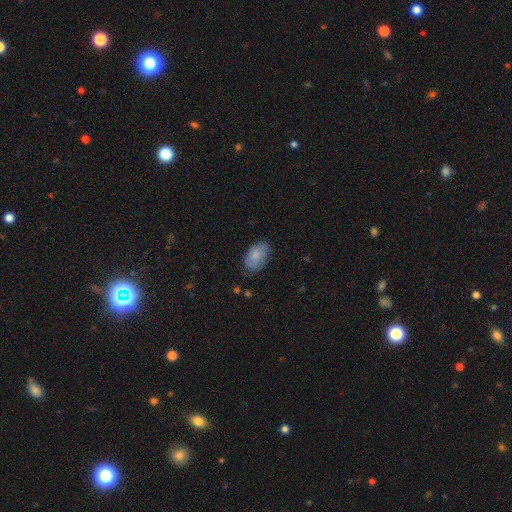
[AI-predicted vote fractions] Overall: smooth (83%). How rounded: in between (92%). Merging: none (75%).